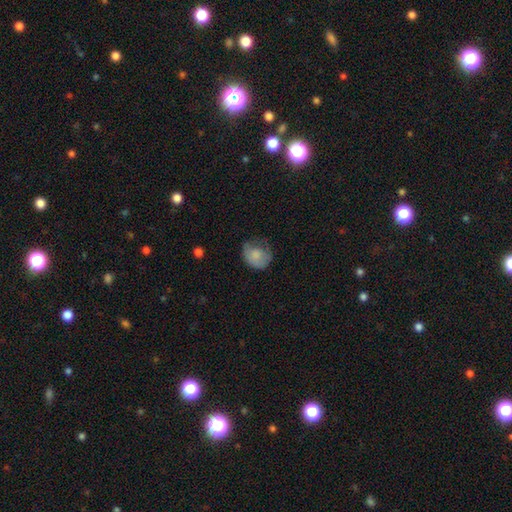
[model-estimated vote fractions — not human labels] The model was most divided on "merging": none: 44%, minor disturbance: 34%, major disturbance: 21%, merger: 2%. More confident: smooth or featured — smooth (74%); how rounded — round (65%).